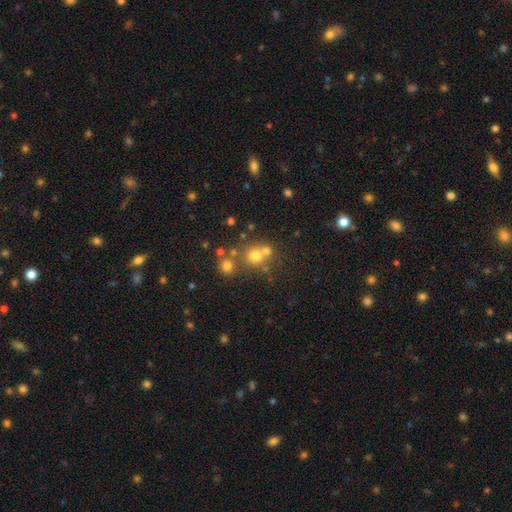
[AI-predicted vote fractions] smooth_or_featured: smooth (p=0.66) [alt: star or artifact p=0.20]
how_rounded: round (p=0.86) [alt: in between p=0.13]
merging: none (p=0.55) [alt: merger p=0.33]